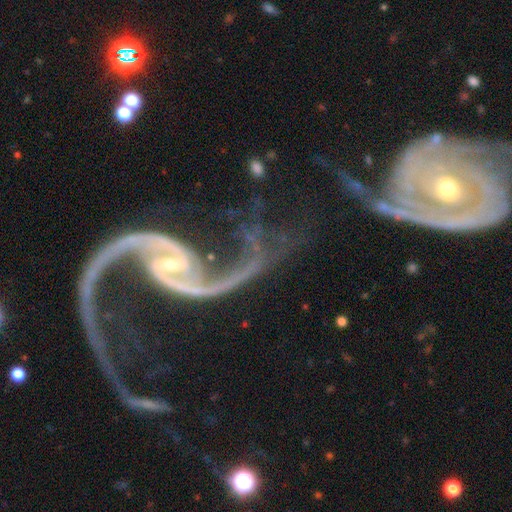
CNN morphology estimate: smooth_or_featured: featured or disk (p=0.92) [alt: star or artifact p=0.05]
disk_edge_on: no (p=0.97) [alt: yes p=0.03]
bar: weak (p=0.41) [alt: no p=0.33]
has_spiral_arms: yes (p=0.98) [alt: no p=0.02]
spiral_winding: loose (p=0.78) [alt: medium p=0.16]
spiral_arm_count: 2 (p=0.93) [alt: can't tell p=0.02]
bulge_size: small (p=0.76) [alt: moderate p=0.15]
merging: none (p=0.41) [alt: major disturbance p=0.24]